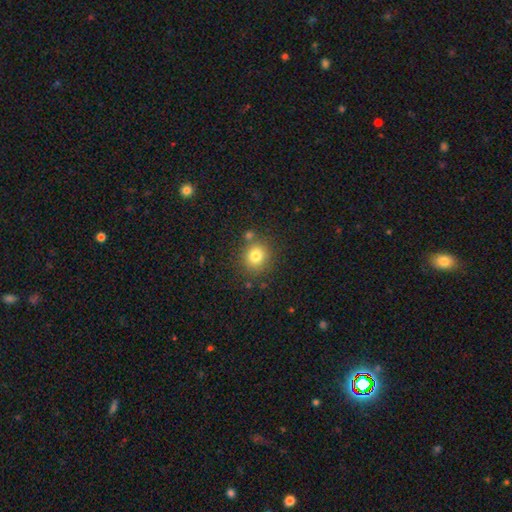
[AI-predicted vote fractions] This is likely a smooth galaxy (79%). How rounded: clearly round (86%). Merging: likely none (79%).